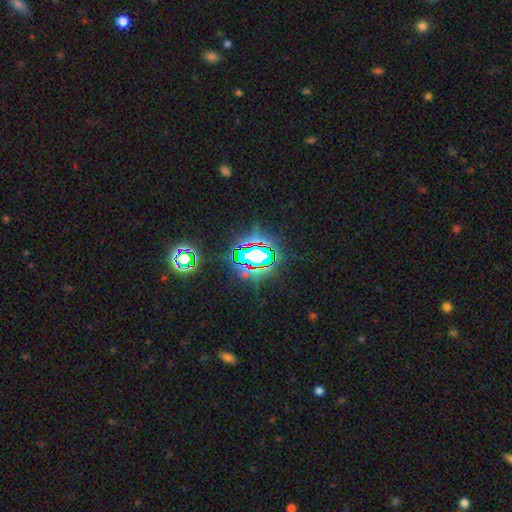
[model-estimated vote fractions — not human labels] A star or artifact, not a galaxy (74%).

Vote fractions:
- Smooth or featured? star or artifact: 74% / smooth: 15% / featured or disk: 12%